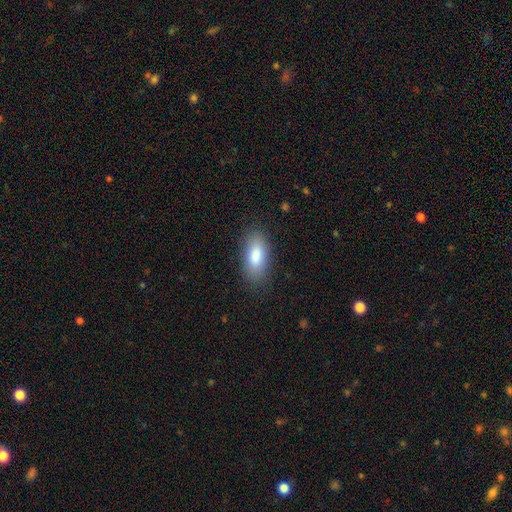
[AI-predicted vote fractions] Smooth or featured?
  - smooth: 84% *
  - featured or disk: 9%
  - star or artifact: 7%
How rounded?
  - in between: 86% *
  - cigar-shaped: 11%
  - round: 3%
Merging?
  - none: 85% *
  - minor disturbance: 11%
  - major disturbance: 3%
  - merger: 1%